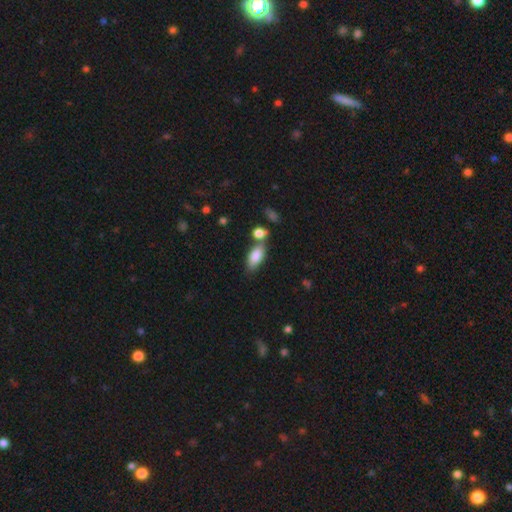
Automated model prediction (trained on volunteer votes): A smooth galaxy with no disk features (84%) that is in between round and cigar-shaped (87%).

Vote fractions:
- Smooth or featured? smooth: 84% / featured or disk: 9% / star or artifact: 7%
- How rounded? in between: 87% / cigar-shaped: 10% / round: 3%
- Merging? none: 55% / merger: 26% / minor disturbance: 14% / major disturbance: 4%